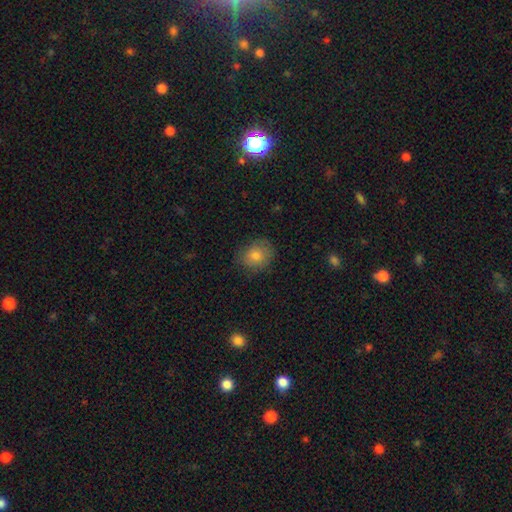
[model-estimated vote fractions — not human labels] The model was most divided on "how rounded": round: 65%, in between: 34%, cigar-shaped: 1%. More confident: merging — none (80%); smooth or featured — smooth (80%).